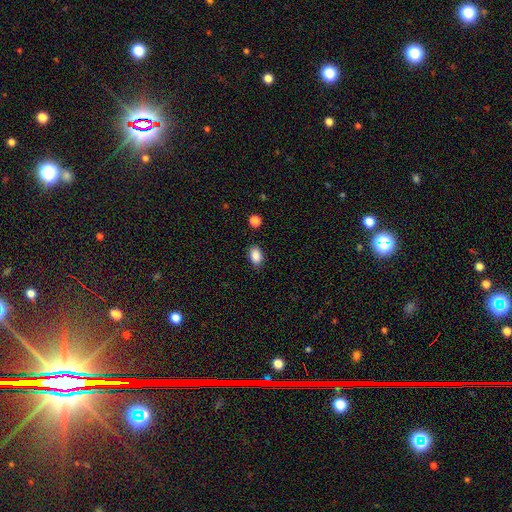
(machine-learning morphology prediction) Smooth or featured? Predicted: smooth (p=0.88). How rounded? Predicted: in between (p=0.89). Merging? Predicted: none (p=0.85).